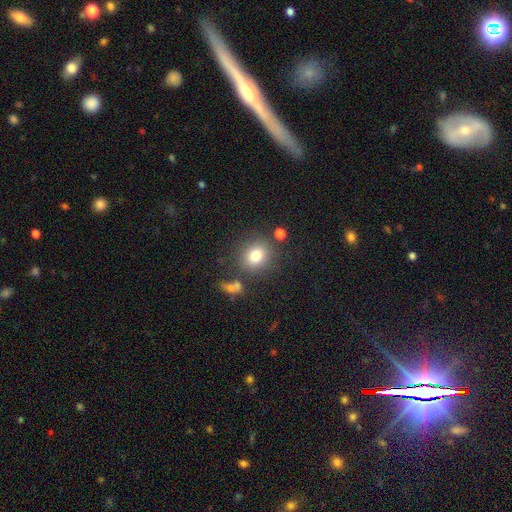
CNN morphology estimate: Overall: smooth (79%). How rounded: round (77%). Merging: none (79%).